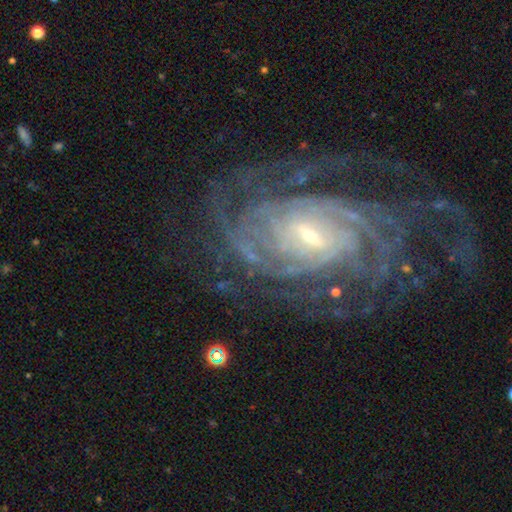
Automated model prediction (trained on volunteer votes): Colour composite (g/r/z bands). It shows a featured or disk galaxy (90%) with a weak bar (50%), tight (73%) spiral arms (98%) and a small central bulge (65%). Merging: none (71%).